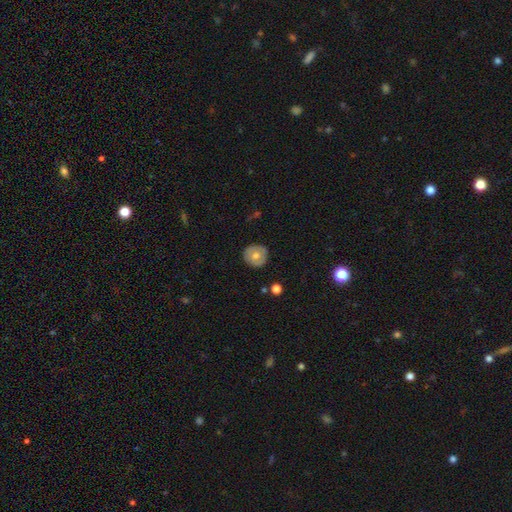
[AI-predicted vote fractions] Q: Smooth or featured?
A: smooth (53%); runner-up: featured or disk (40%)
Q: How rounded?
A: round (89%); runner-up: in between (10%)
Q: Merging?
A: none (84%); runner-up: minor disturbance (12%)